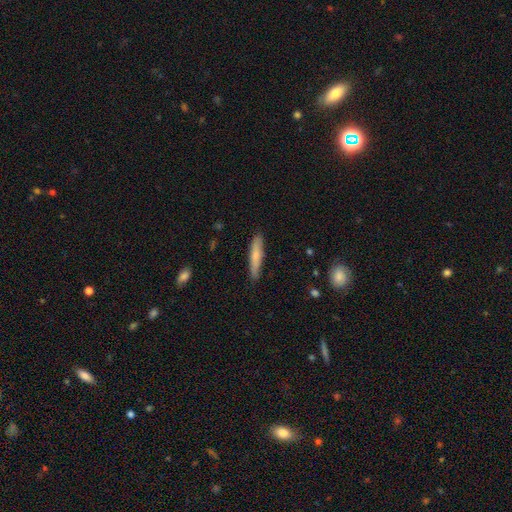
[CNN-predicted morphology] smooth 69%, featured or disk 25%, star or artifact 6%. Down the decision tree: how rounded — cigar-shaped (88%); merging — none (85%).